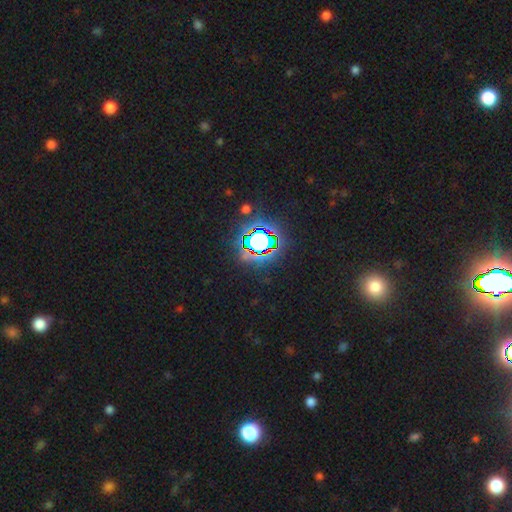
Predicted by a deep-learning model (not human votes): A star or artifact, not a galaxy (81%).

Vote fractions:
- Smooth or featured? star or artifact: 81% / smooth: 12% / featured or disk: 6%